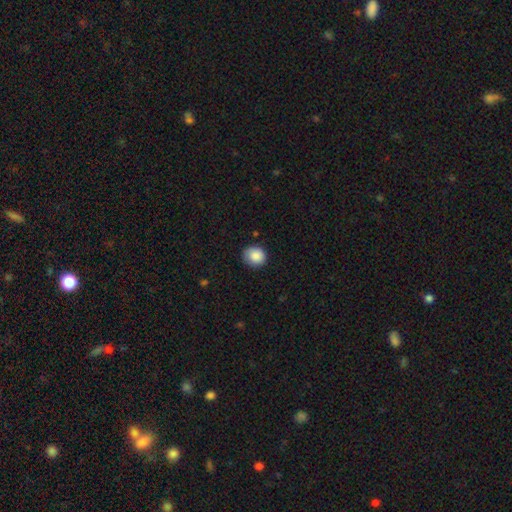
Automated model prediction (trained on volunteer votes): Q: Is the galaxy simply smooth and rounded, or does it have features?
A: smooth — 87%.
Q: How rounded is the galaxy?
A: round — 85%.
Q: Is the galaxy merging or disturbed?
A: none — 80%.